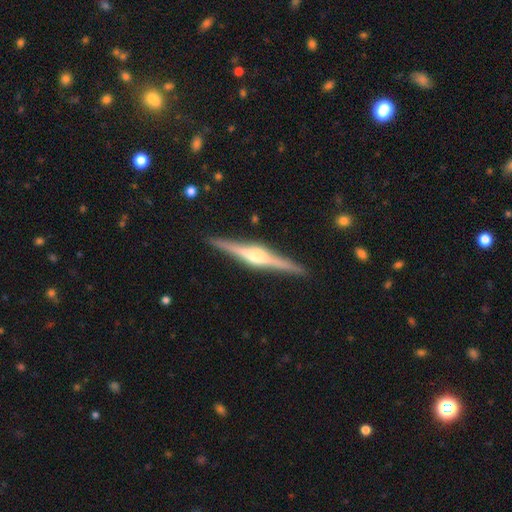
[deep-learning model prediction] smooth-or-featured: featured or disk: 84% | smooth: 11% | star or artifact: 5%
  disk-edge-on: yes: 98% | no: 2%
    edge-on-bulge: rounded: 88% | boxy: 9% | none: 3%
  merging: none: 92% | minor disturbance: 6% | major disturbance: 1% | merger: 1%